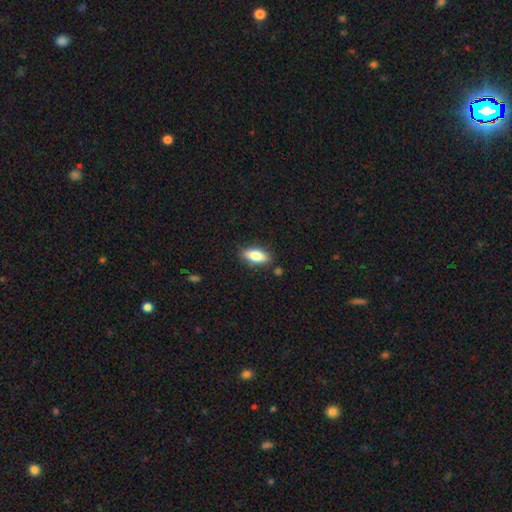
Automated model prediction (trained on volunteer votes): This appears to be a smooth galaxy with no disk features (74%) that is in between round and cigar-shaped (77%). Merging: none (86%).